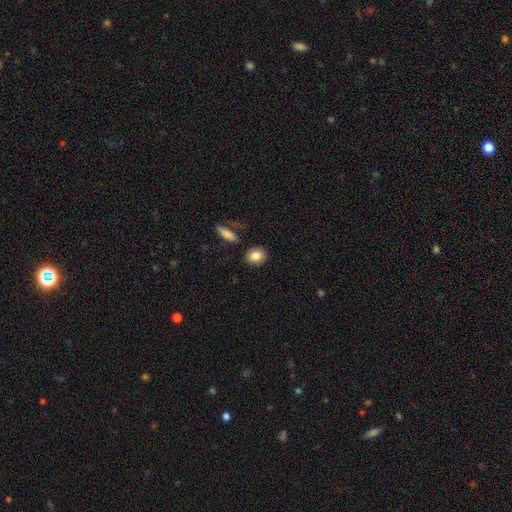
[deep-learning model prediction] Smooth or featured: smooth — 85% (star or artifact — 8%)
How rounded: round — 59% (in between — 39%)
Merging: none — 87% (minor disturbance — 8%)